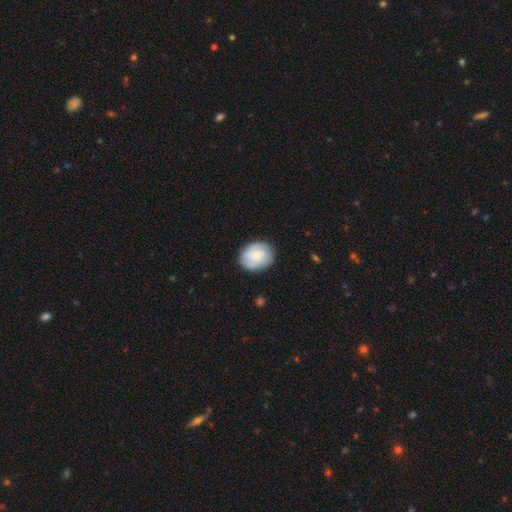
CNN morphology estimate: Smooth or featured? smooth (56%)
How rounded? round (59%)
Merging? none (81%)